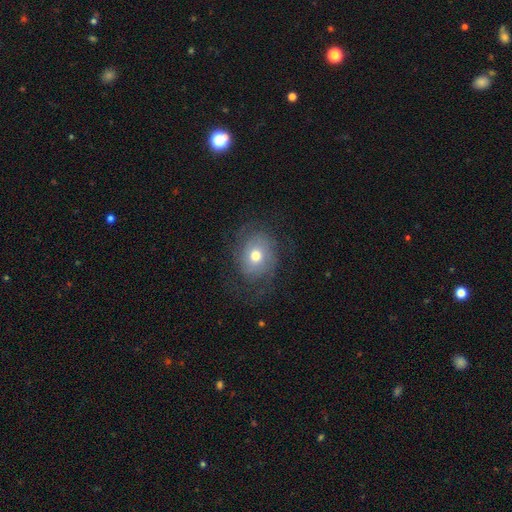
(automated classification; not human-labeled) Smooth or featured?
  - featured or disk: 49% *
  - smooth: 42%
  - star or artifact: 10%
Merging?
  - none: 65% *
  - minor disturbance: 18%
  - major disturbance: 16%
  - merger: 1%